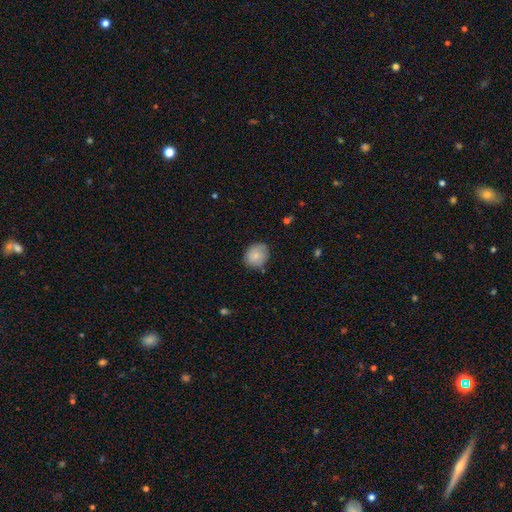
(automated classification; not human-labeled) Morphology: type=smooth (80%); roundness=round (63%); merging=none (76%).